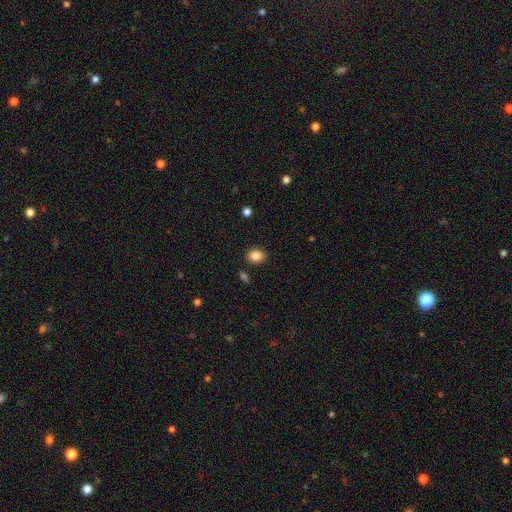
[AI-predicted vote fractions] Smooth or featured: smooth — 85% (star or artifact — 10%)
How rounded: in between — 52% (round — 48%)
Merging: none — 86% (minor disturbance — 8%)